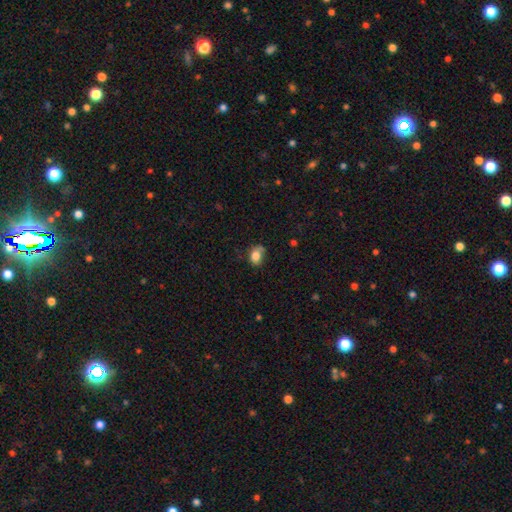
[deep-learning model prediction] A smooth galaxy with no disk features (81%) that is in between round and cigar-shaped (62%).

Vote fractions:
- Smooth or featured? smooth: 81% / star or artifact: 10% / featured or disk: 9%
- How rounded? in between: 62% / round: 37% / cigar-shaped: 1%
- Merging? none: 56% / minor disturbance: 28% / major disturbance: 8% / merger: 7%